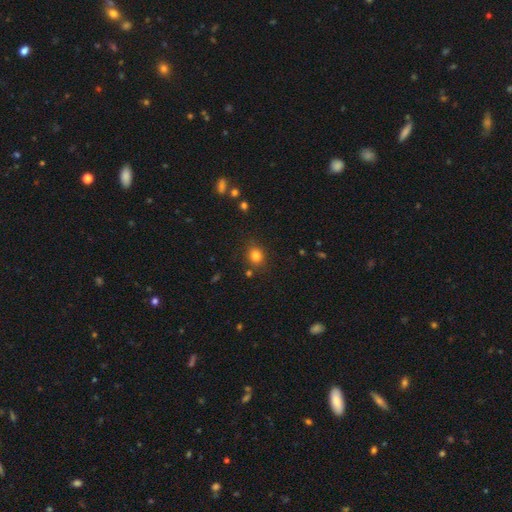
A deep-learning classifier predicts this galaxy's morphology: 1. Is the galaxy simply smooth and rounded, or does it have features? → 81% smooth, 13% star or artifact, 6% featured or disk.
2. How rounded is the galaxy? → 70% round, 29% in between, 1% cigar-shaped.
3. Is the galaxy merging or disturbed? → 82% none, 11% minor disturbance, 4% merger, 3% major disturbance.